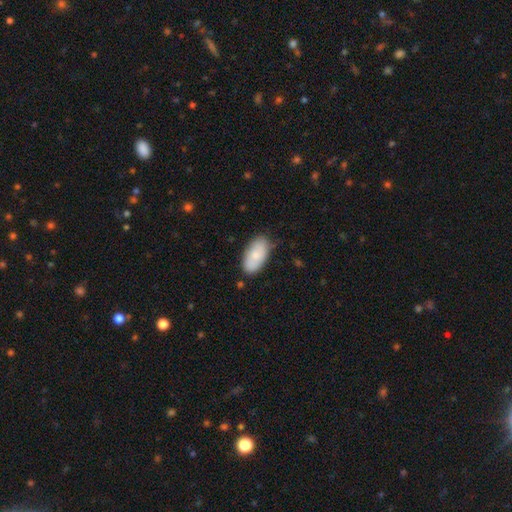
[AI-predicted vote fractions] This is clearly a smooth galaxy (81%). How rounded: clearly in between (93%). Merging: likely none (78%).